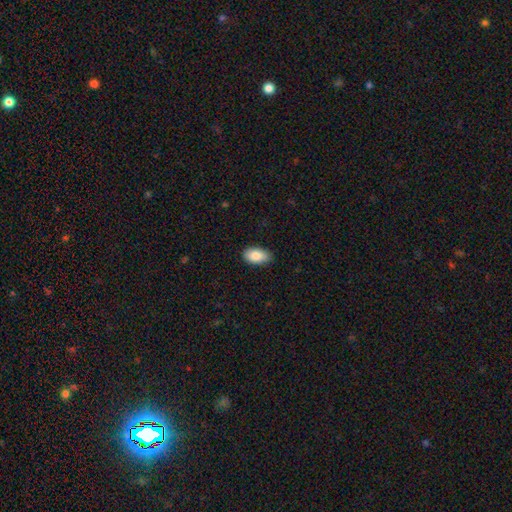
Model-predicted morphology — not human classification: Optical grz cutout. It shows a smooth galaxy with no disk features (87%) that is in between round and cigar-shaped (94%). Merging: none (82%).